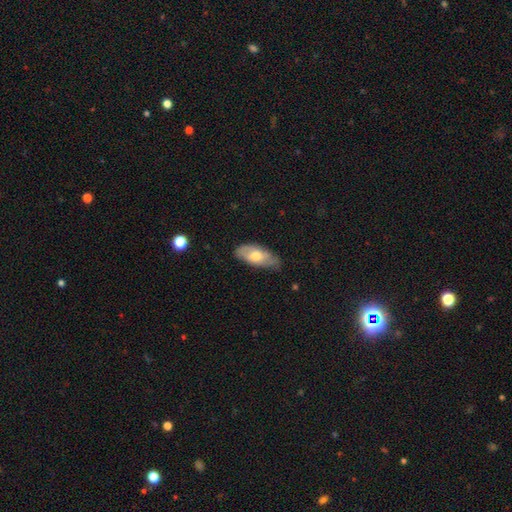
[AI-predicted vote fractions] Overall: smooth (59%; featured or disk 35%). How rounded: in between (88%). Merging: none (62%; minor disturbance 30%).